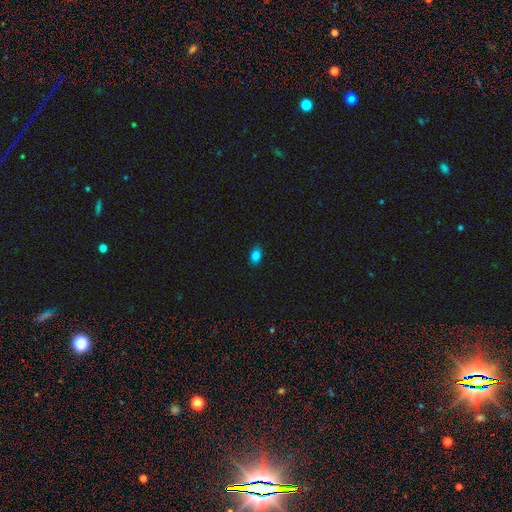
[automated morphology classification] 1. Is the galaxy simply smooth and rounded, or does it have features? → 85% smooth, 11% star or artifact, 4% featured or disk.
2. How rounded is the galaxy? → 84% in between, 15% round, 2% cigar-shaped.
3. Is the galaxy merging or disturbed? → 87% none, 10% minor disturbance, 2% major disturbance, 1% merger.